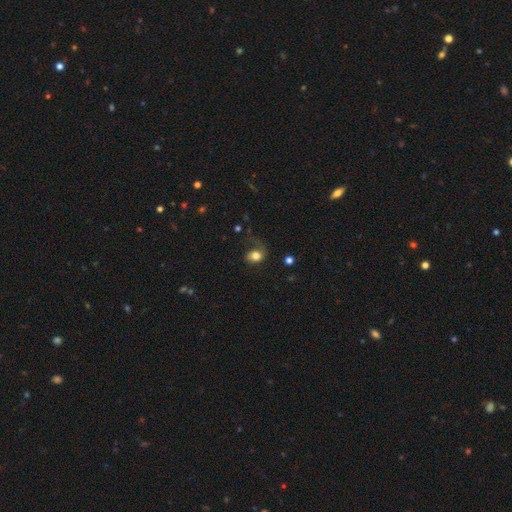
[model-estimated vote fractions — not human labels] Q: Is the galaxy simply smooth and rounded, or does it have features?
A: smooth — 72%.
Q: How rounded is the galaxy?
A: round — 51%.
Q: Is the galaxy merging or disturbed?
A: none — 40%.